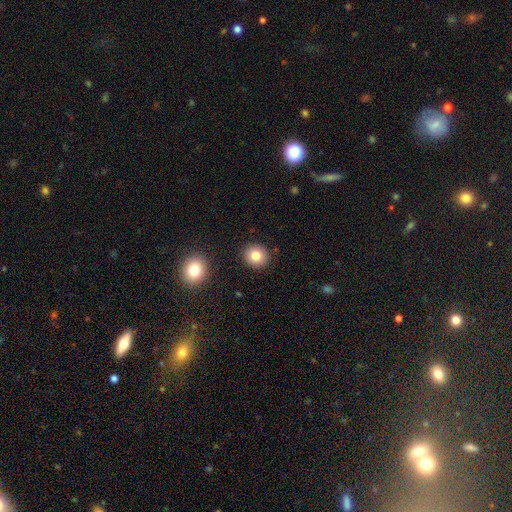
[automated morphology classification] This is clearly a smooth galaxy (81%). How rounded: clearly round (87%). Merging: clearly none (90%).